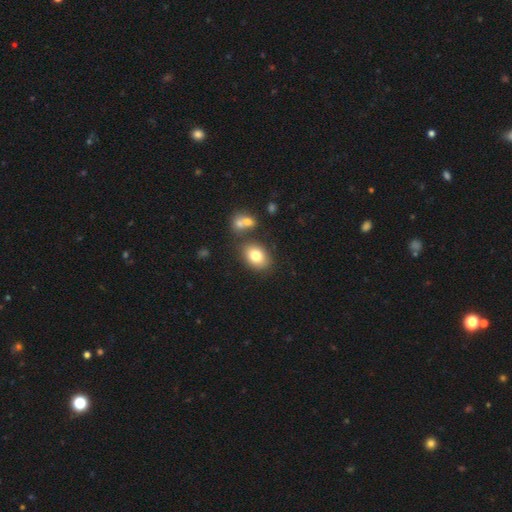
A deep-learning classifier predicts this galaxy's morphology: Smooth or featured? Predicted: smooth (p=0.80). How rounded? Predicted: in between (p=0.73). Merging? Predicted: none (p=0.75).